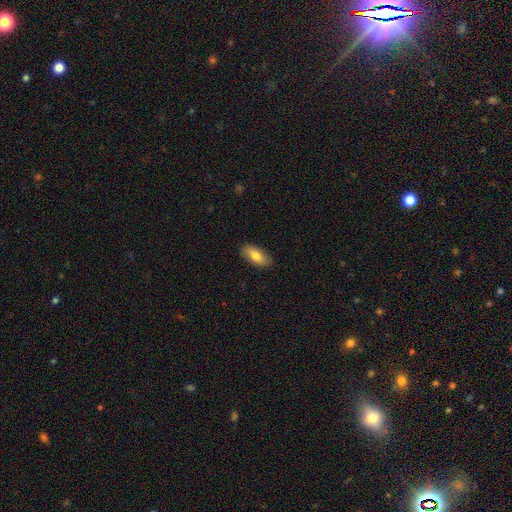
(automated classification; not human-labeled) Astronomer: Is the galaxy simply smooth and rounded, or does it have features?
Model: smooth — 78%.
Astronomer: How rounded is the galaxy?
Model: in between — 89%.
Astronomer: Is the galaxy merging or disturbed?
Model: none — 87%.